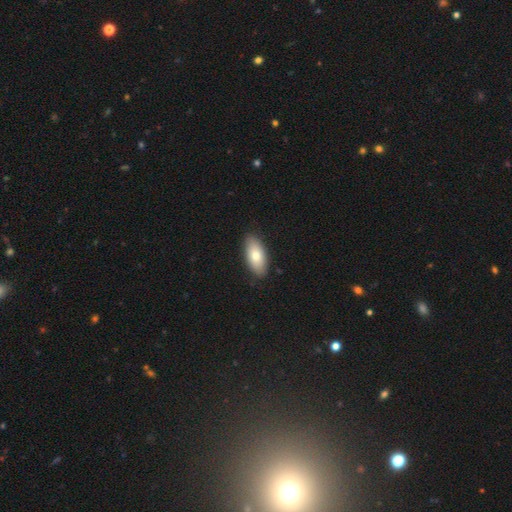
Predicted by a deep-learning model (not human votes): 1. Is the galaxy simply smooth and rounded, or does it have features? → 75% smooth, 19% featured or disk, 6% star or artifact.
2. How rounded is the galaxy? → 89% in between, 8% cigar-shaped, 3% round.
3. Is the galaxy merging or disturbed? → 88% none, 9% minor disturbance, 2% major disturbance, 1% merger.